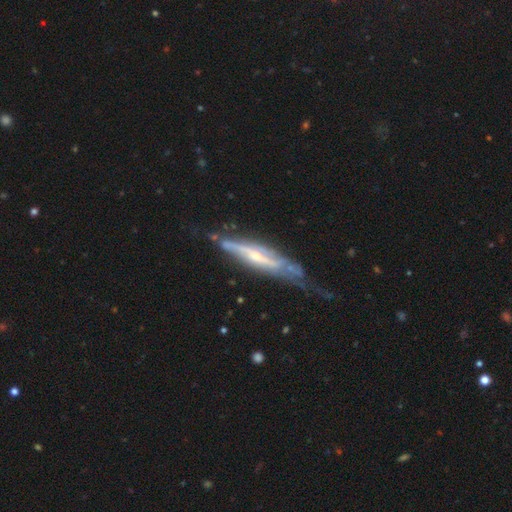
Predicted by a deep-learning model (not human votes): Smooth or featured? Predicted: featured or disk (p=0.80). Edge-on disk? Predicted: yes (p=0.63). Edge-on bulge? Predicted: rounded (p=0.59). Merging? Predicted: none (p=0.46).